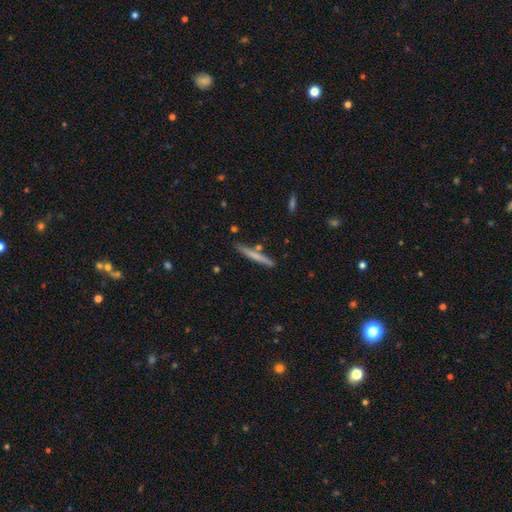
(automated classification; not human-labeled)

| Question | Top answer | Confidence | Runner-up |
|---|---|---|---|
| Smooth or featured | smooth | 60% | featured or disk (34%) |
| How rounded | cigar-shaped | 96% | in between (3%) |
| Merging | none | 84% | minor disturbance (10%) |